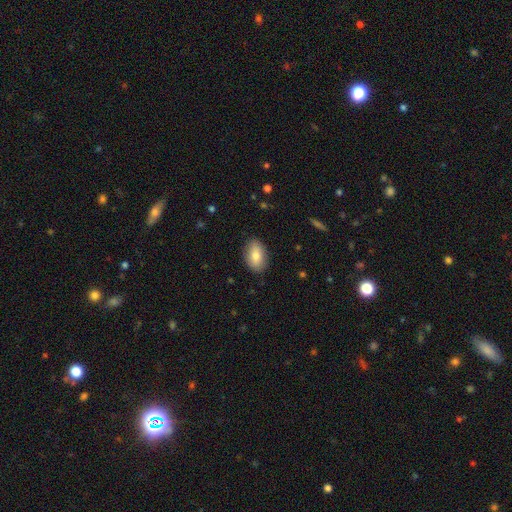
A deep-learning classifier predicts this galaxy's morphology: smooth-or-featured: smooth: 78% | featured or disk: 15% | star or artifact: 7%
  how-rounded: in between: 90% | round: 8% | cigar-shaped: 2%
  merging: none: 86% | minor disturbance: 11% | major disturbance: 2% | merger: 1%